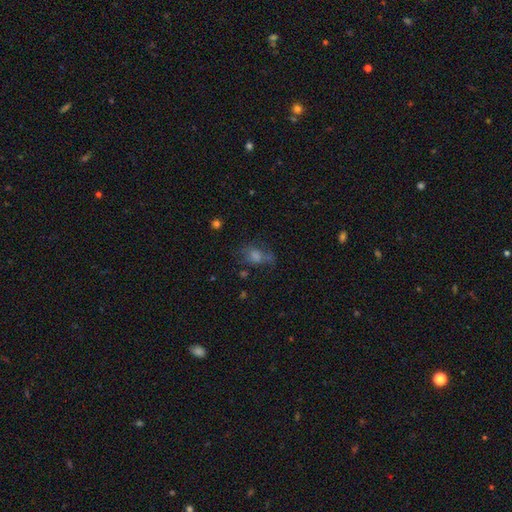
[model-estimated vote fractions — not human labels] Smooth or featured?
  - smooth: 59% *
  - featured or disk: 24%
  - star or artifact: 17%
How rounded?
  - in between: 72% *
  - round: 25%
  - cigar-shaped: 3%
Merging?
  - none: 42% *
  - major disturbance: 27%
  - minor disturbance: 24%
  - merger: 7%